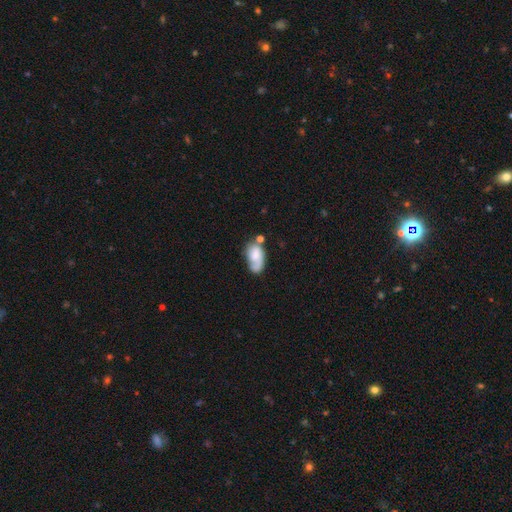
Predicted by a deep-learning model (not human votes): Smooth or featured? smooth (59%)
How rounded? in between (91%)
Merging? none (38%)